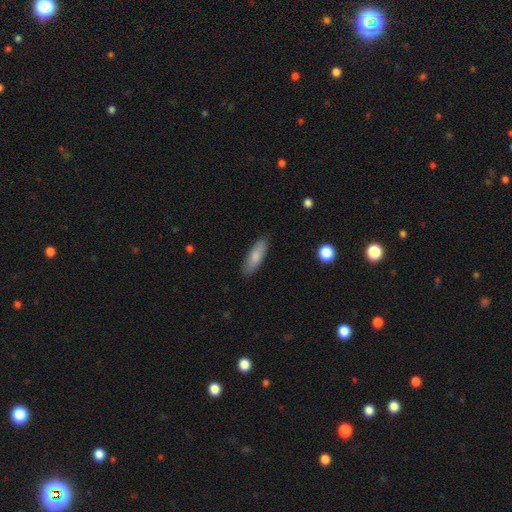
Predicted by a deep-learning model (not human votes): The model was most divided on "how rounded": in between: 55%, cigar-shaped: 43%, round: 2%. More confident: merging — none (87%); smooth or featured — smooth (81%).